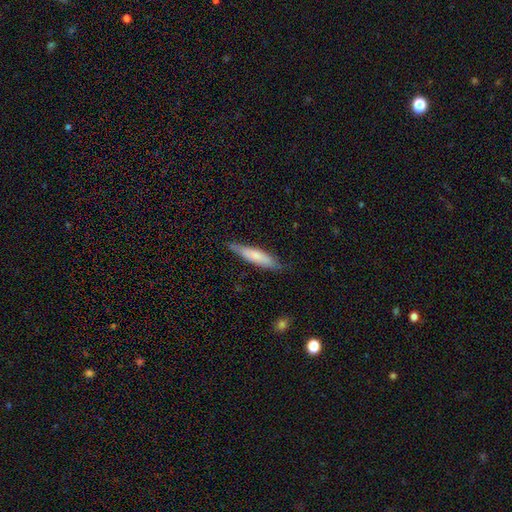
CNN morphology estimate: A smooth galaxy with no disk features (68%) that is cigar-shaped (82%). Merging: none (77%).